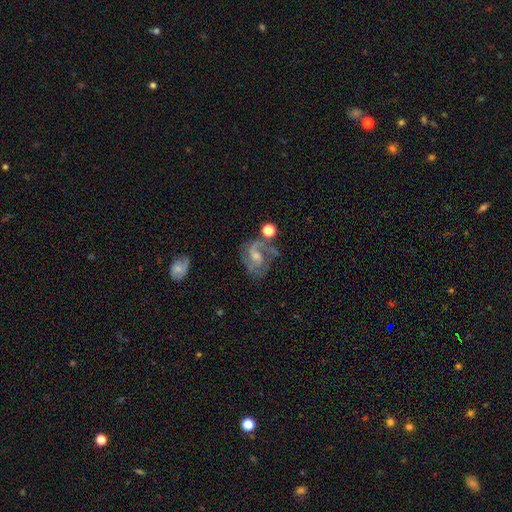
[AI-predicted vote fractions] Smooth or featured? Predicted: featured or disk (p=0.75). Edge-on disk? Predicted: no (p=0.97). Bar? Predicted: weak (p=0.47). Spiral arms? Predicted: yes (p=0.90). Spiral winding? Predicted: medium (p=0.50). Spiral arm count? Predicted: 2 (p=0.65). Bulge size? Predicted: moderate (p=0.45). Merging? Predicted: none (p=0.58).